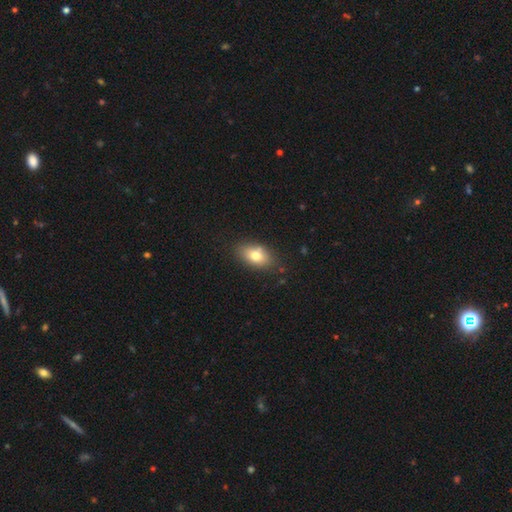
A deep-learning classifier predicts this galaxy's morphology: Overall: smooth (76%). How rounded: in between (87%). Merging: none (81%).